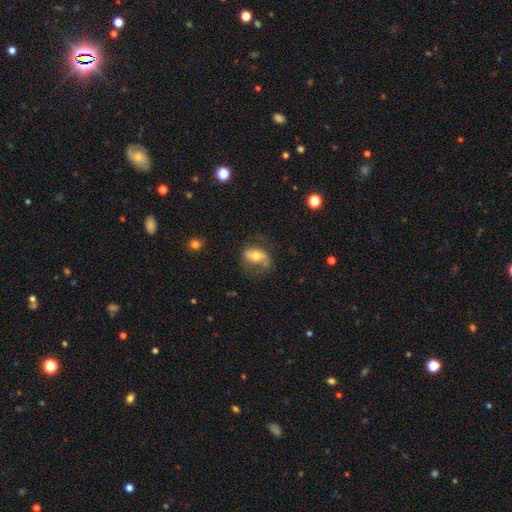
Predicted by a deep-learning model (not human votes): Q: Smooth or featured?
A: featured or disk (46%); tied with: smooth (46%)
Q: Merging?
A: none (51%); runner-up: minor disturbance (25%)